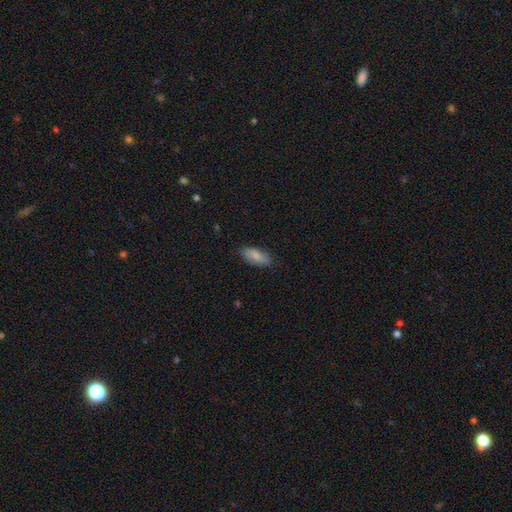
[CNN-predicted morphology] Smooth or featured: smooth — 78% (featured or disk — 16%)
How rounded: in between — 83% (cigar-shaped — 15%)
Merging: none — 81% (minor disturbance — 15%)